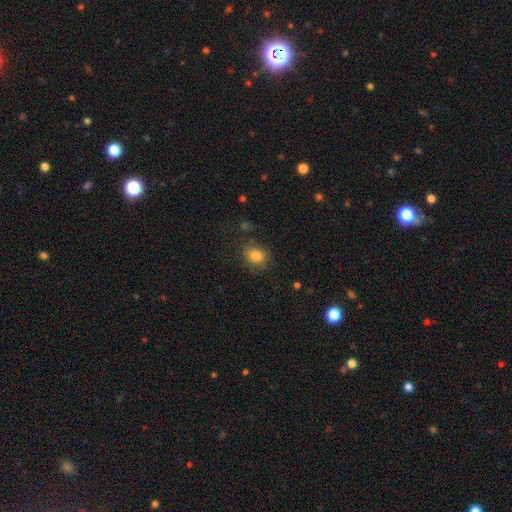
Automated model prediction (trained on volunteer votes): Morphology: type=smooth (82%); roundness=round (66%); merging=none (76%).